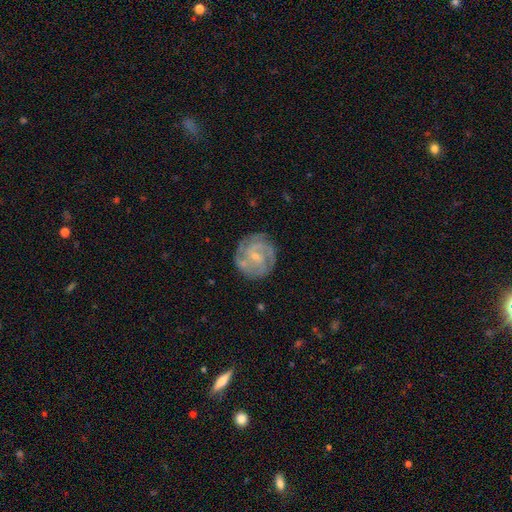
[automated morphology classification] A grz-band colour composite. It shows a featured or disk galaxy (81%) with a weak bar (46%), 2 (31%) tight (56%) spiral arms (93%) and a small central bulge (72%). Merging: none (77%).